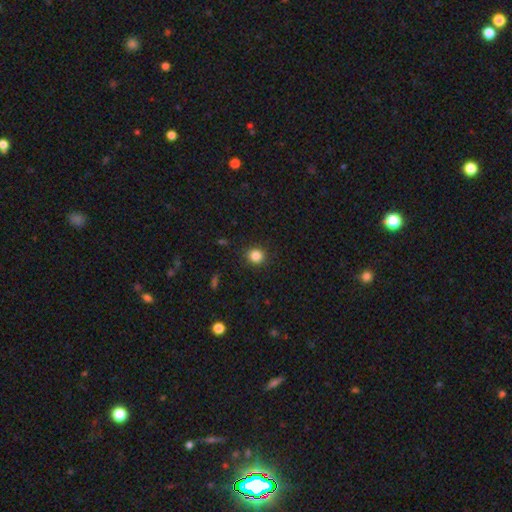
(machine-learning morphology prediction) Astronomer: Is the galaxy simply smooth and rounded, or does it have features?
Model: smooth — 85%.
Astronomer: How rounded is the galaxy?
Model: round — 87%.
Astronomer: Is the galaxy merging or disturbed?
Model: none — 90%.